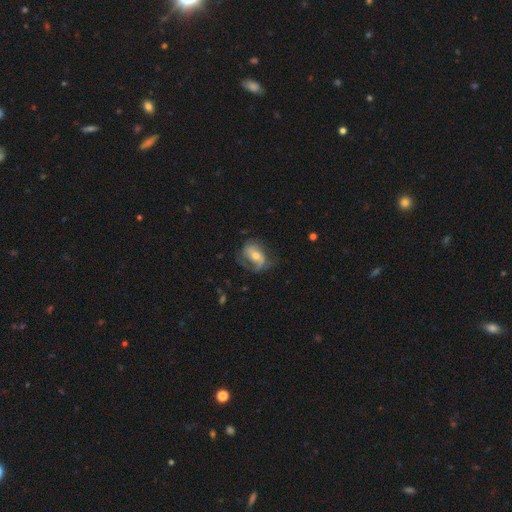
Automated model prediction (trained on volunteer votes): Smooth or featured? Predicted: featured or disk (p=0.62). Edge-on disk? Predicted: no (p=0.95). Bar? Predicted: no (p=0.43). Spiral arms? Predicted: yes (p=0.78). Bulge size? Predicted: moderate (p=0.63). Merging? Predicted: none (p=0.52).